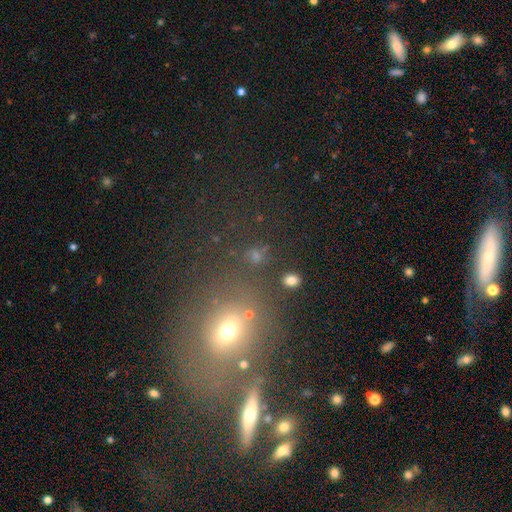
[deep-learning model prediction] Q: Smooth or featured?
A: smooth (58%); runner-up: star or artifact (32%)
Q: How rounded?
A: round (75%); runner-up: in between (23%)
Q: Merging?
A: none (74%); runner-up: minor disturbance (10%)